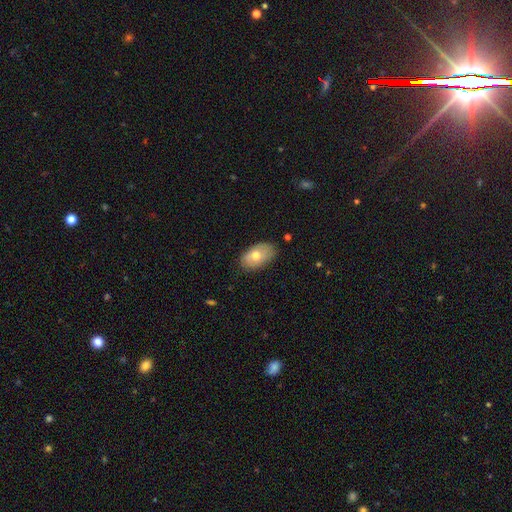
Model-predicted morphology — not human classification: A smooth galaxy with no disk features (67%) that is in between round and cigar-shaped (92%).

Vote fractions:
- Smooth or featured? smooth: 67% / featured or disk: 27% / star or artifact: 7%
- How rounded? in between: 92% / round: 6% / cigar-shaped: 2%
- Merging? none: 78% / minor disturbance: 17% / major disturbance: 3% / merger: 1%